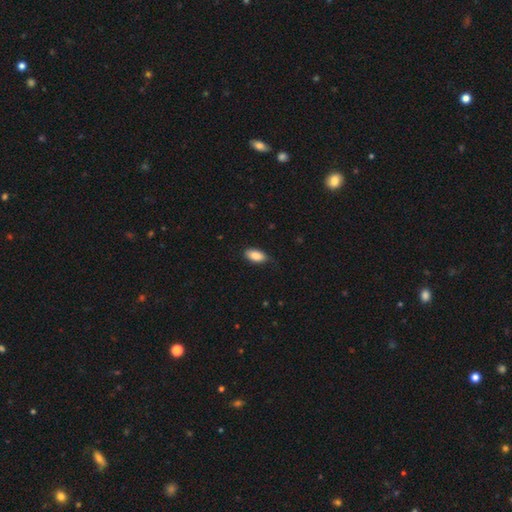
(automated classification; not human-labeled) Overall: smooth (88%). How rounded: in between (90%). Merging: none (76%).